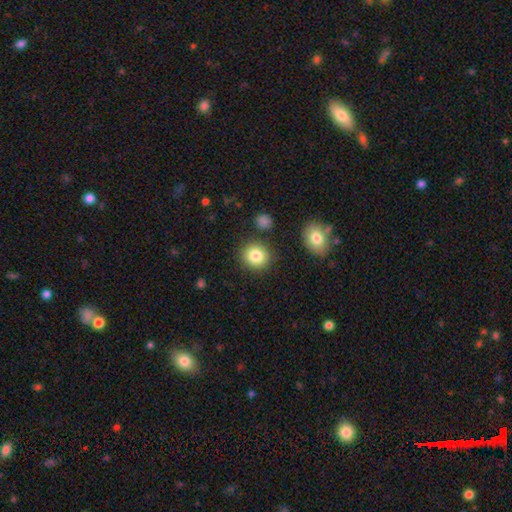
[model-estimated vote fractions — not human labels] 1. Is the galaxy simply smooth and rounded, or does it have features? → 83% smooth, 9% star or artifact, 8% featured or disk.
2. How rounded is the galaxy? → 85% round, 14% in between, 1% cigar-shaped.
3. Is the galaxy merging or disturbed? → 85% none, 8% minor disturbance, 4% merger, 3% major disturbance.